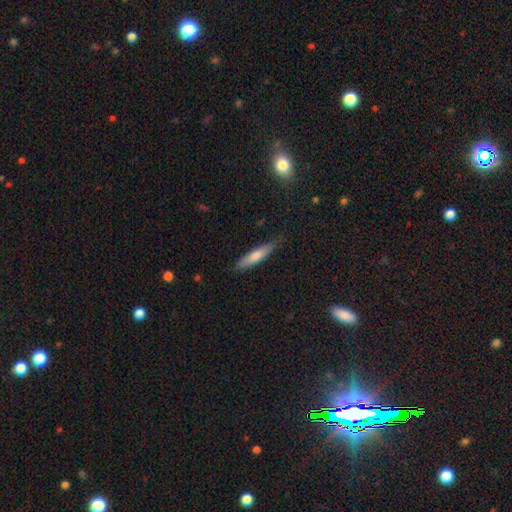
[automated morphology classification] Q: Smooth or featured?
A: smooth (67%); runner-up: featured or disk (27%)
Q: How rounded?
A: cigar-shaped (81%); runner-up: in between (18%)
Q: Merging?
A: none (80%); runner-up: minor disturbance (16%)